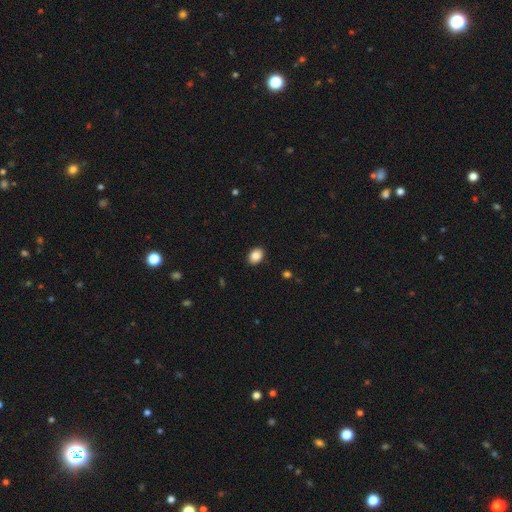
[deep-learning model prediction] smooth-or-featured: smooth: 88% | star or artifact: 8% | featured or disk: 4%
  how-rounded: in between: 70% | round: 29% | cigar-shaped: 1%
  merging: none: 90% | minor disturbance: 7% | major disturbance: 2% | merger: 1%